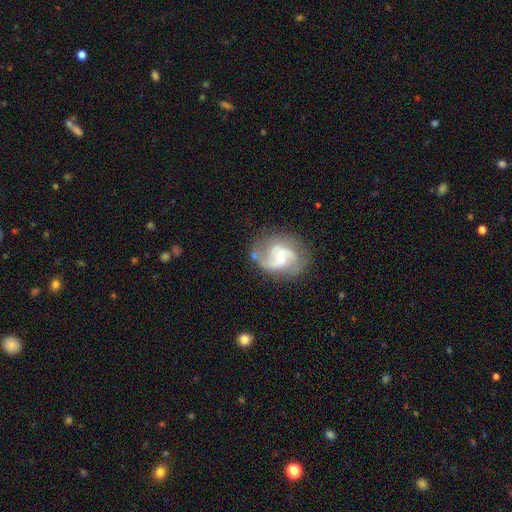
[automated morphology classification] This appears to be a featured or disk galaxy (83%) with a weak bar (47%), 2 (81%) medium (50%) spiral arms (95%) and a small central bulge (48%). Merging: none (71%).